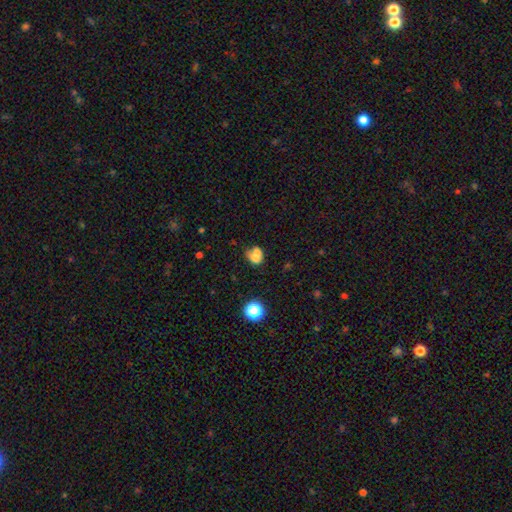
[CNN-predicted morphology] Smooth or featured?
  - smooth: 65% *
  - featured or disk: 21%
  - star or artifact: 14%
How rounded?
  - round: 52% *
  - in between: 46%
  - cigar-shaped: 1%
Merging?
  - merger: 56% *
  - none: 25%
  - minor disturbance: 11%
  - major disturbance: 8%